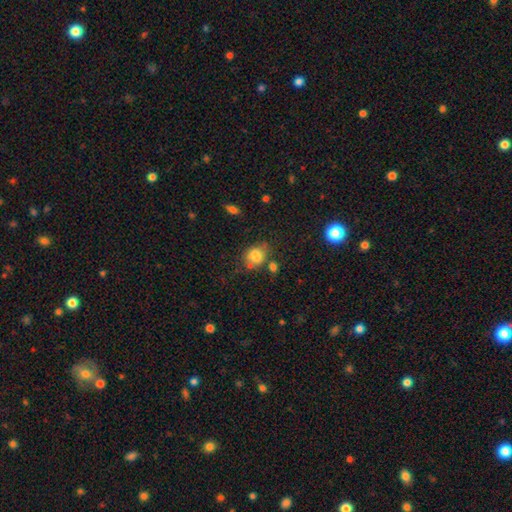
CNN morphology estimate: smooth 72%, featured or disk 16%, star or artifact 12%. Down the decision tree: how rounded — in between (53%); merging — none (47%).